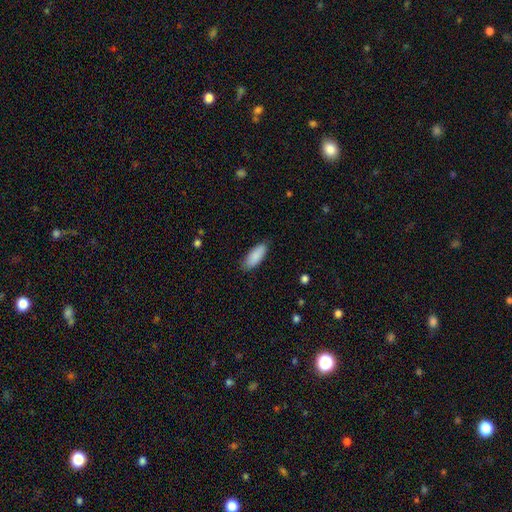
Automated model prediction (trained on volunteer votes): The model was most divided on "how rounded": in between: 79%, cigar-shaped: 19%, round: 2%. More confident: smooth or featured — smooth (89%); merging — none (85%).